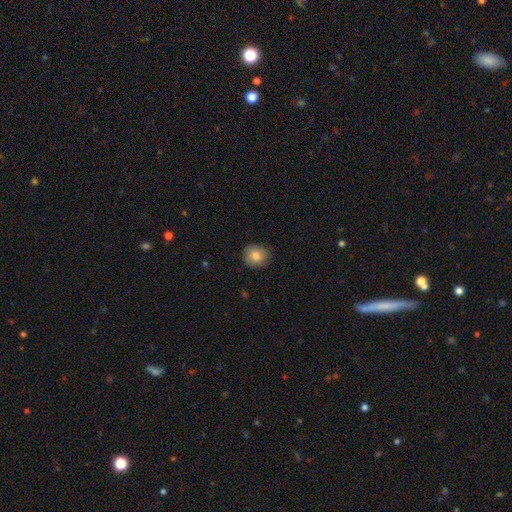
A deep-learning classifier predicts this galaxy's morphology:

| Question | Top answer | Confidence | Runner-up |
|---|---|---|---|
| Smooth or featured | smooth | 84% | star or artifact (9%) |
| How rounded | round | 84% | in between (15%) |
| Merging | none | 86% | minor disturbance (11%) |